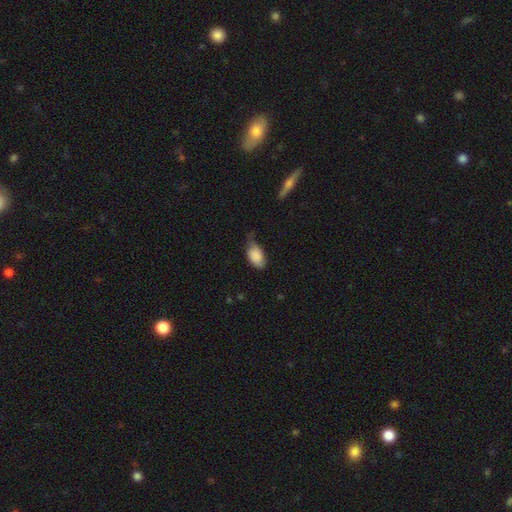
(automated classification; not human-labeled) Smooth or featured? Predicted: smooth (p=0.82). How rounded? Predicted: in between (p=0.92). Merging? Predicted: minor disturbance (p=0.46).